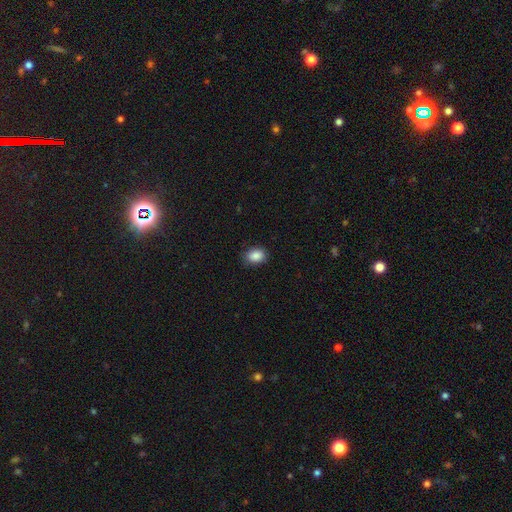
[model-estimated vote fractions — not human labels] A smooth galaxy with no disk features (88%) that is in between round and cigar-shaped (68%).

Vote fractions:
- Smooth or featured? smooth: 88% / star or artifact: 9% / featured or disk: 4%
- How rounded? in between: 68% / round: 31% / cigar-shaped: 1%
- Merging? none: 84% / minor disturbance: 13% / major disturbance: 3% / merger: 1%